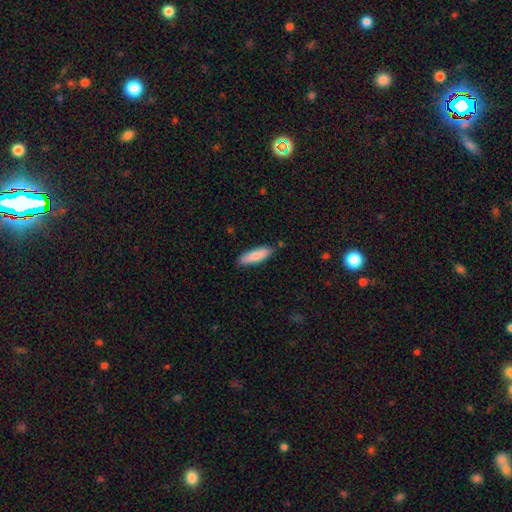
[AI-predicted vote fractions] Morphology: type=smooth (84%); roundness=cigar-shaped (55%); merging=none (83%).